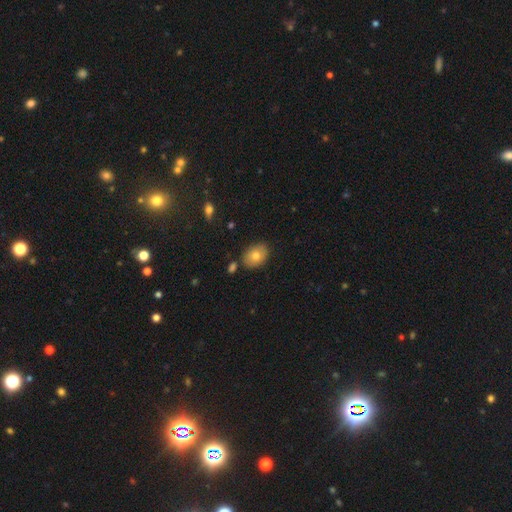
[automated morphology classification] This is likely a smooth galaxy (76%). How rounded: likely in between (73%). Merging: clearly none (82%).